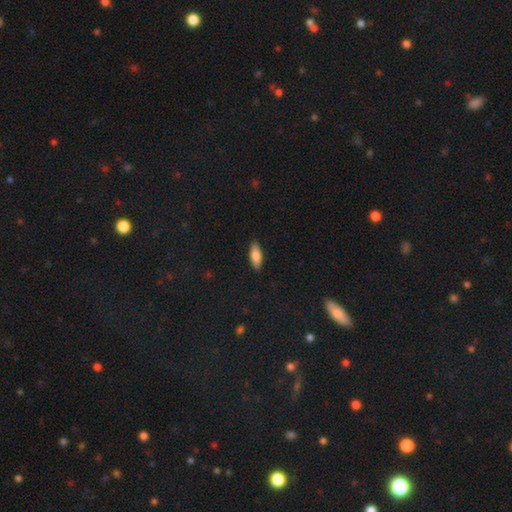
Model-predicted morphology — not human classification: Q: Smooth or featured?
A: smooth (76%); runner-up: featured or disk (18%)
Q: How rounded?
A: in between (63%); runner-up: cigar-shaped (35%)
Q: Merging?
A: none (88%); runner-up: minor disturbance (9%)